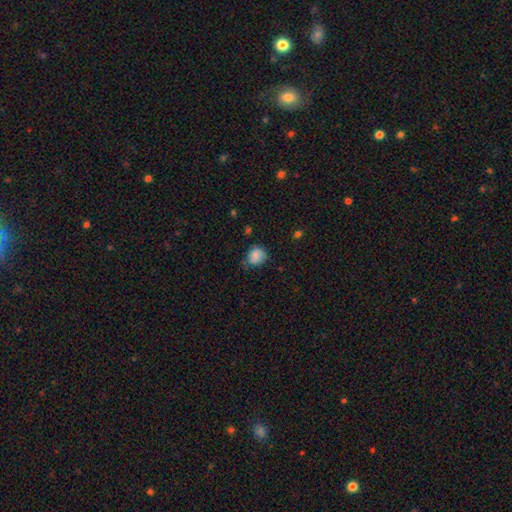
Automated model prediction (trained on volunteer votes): Smooth or featured? smooth (80%)
How rounded? round (67%)
Merging? none (57%)